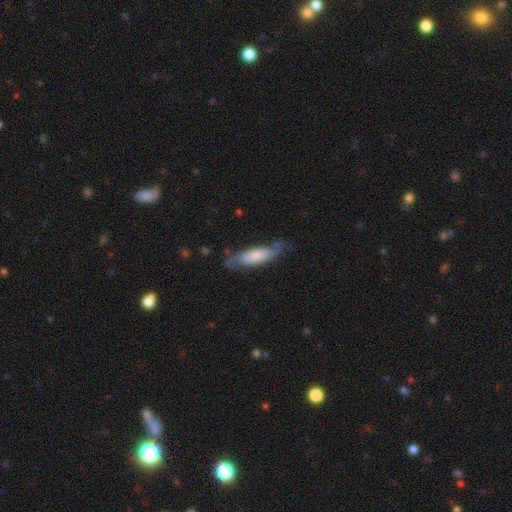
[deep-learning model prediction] Morphology: type=smooth (55%); roundness=in between (54%); merging=none (61%).